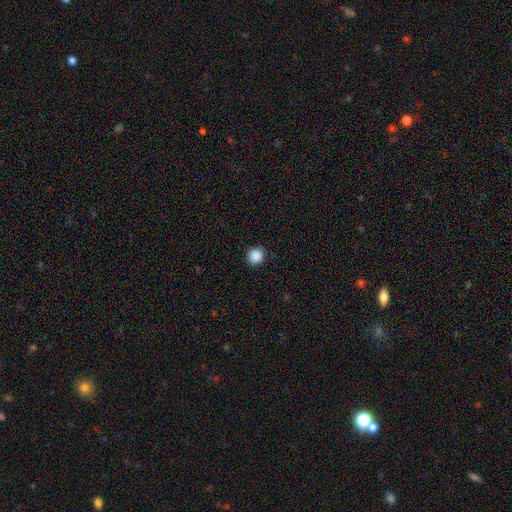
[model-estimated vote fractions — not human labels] Smooth or featured? Predicted: smooth (p=0.88). How rounded? Predicted: round (p=0.91). Merging? Predicted: none (p=0.90).